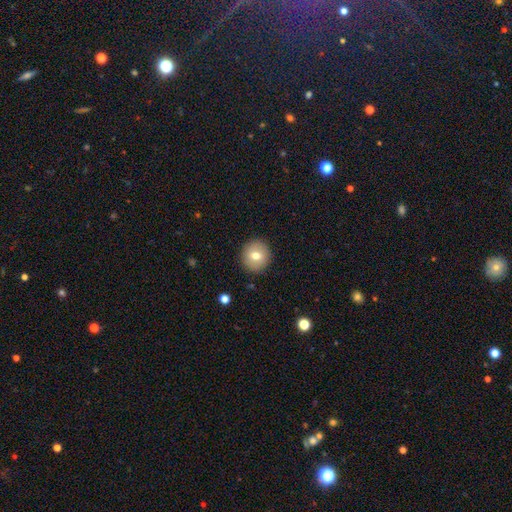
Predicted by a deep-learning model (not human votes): Smooth or featured: smooth — 73% (featured or disk — 18%)
How rounded: round — 89% (in between — 10%)
Merging: none — 90% (minor disturbance — 7%)